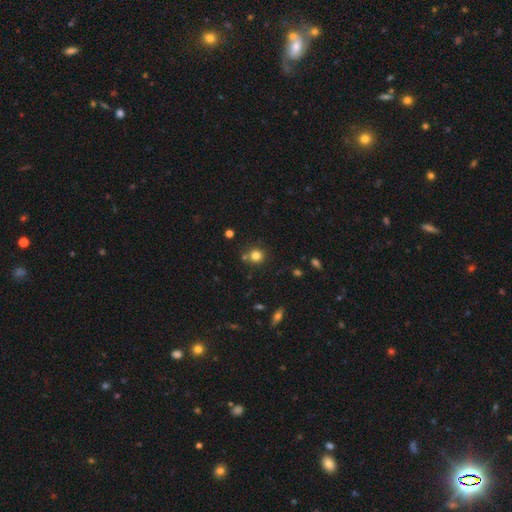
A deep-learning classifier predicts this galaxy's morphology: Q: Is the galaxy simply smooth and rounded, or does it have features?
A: smooth — 79%.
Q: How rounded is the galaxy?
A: round — 90%.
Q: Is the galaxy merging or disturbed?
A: none — 76%.